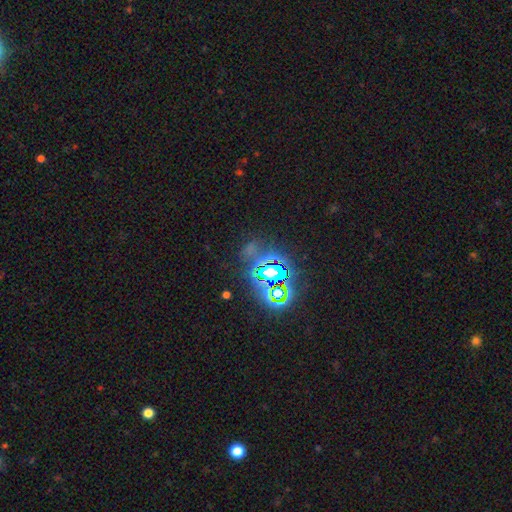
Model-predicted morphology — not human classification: Overall: star or artifact (80%).